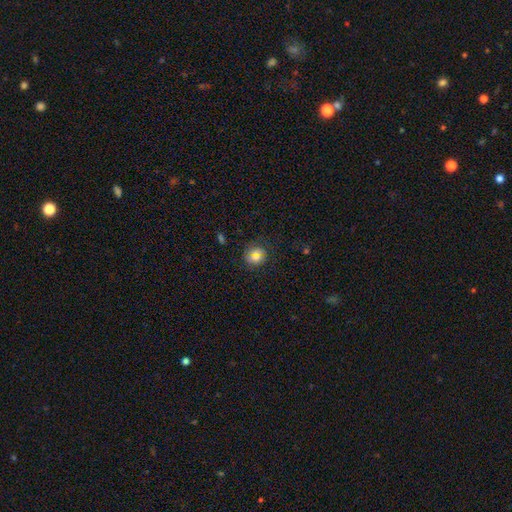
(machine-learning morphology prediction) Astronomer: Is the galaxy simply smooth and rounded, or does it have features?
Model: smooth — 76%.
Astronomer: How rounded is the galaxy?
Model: round — 80%.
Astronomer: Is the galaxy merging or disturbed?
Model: none — 77%.